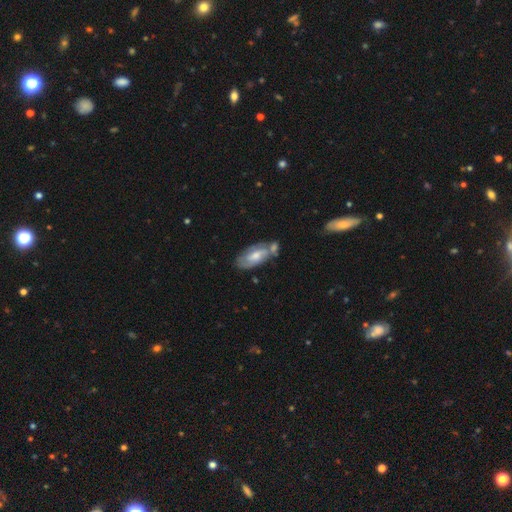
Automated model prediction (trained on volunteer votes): Smooth or featured? featured or disk (52%)
Edge-on disk? no (87%)
Merging? none (45%)